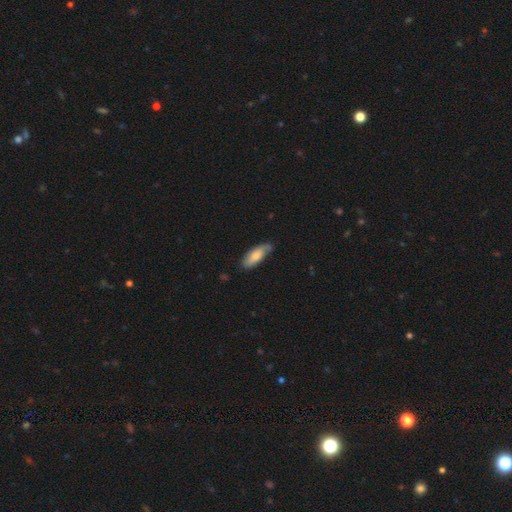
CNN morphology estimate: smooth-or-featured: smooth: 69% | featured or disk: 26% | star or artifact: 6%
  how-rounded: in between: 72% | cigar-shaped: 26% | round: 2%
  merging: none: 67% | minor disturbance: 26% | major disturbance: 5% | merger: 2%